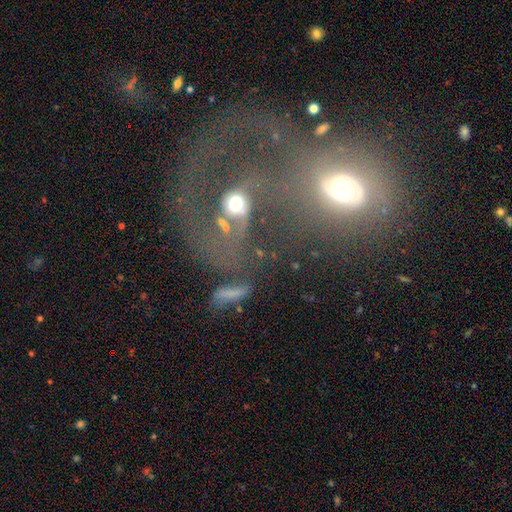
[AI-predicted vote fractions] This is possibly a featured or disk galaxy (55%). It is clearly not viewed edge-on (95%). Bar: likely no (69%). Spiral arm pattern: possibly no (51%). Central bulge: possibly moderate (56%). Merging: likely merger (61%).